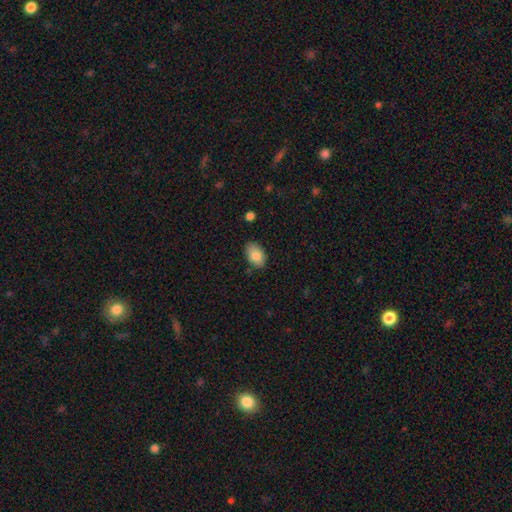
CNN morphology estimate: Smooth or featured?
  - smooth: 83% *
  - featured or disk: 10%
  - star or artifact: 7%
How rounded?
  - in between: 89% *
  - round: 10%
  - cigar-shaped: 1%
Merging?
  - none: 82% *
  - minor disturbance: 14%
  - major disturbance: 2%
  - merger: 2%